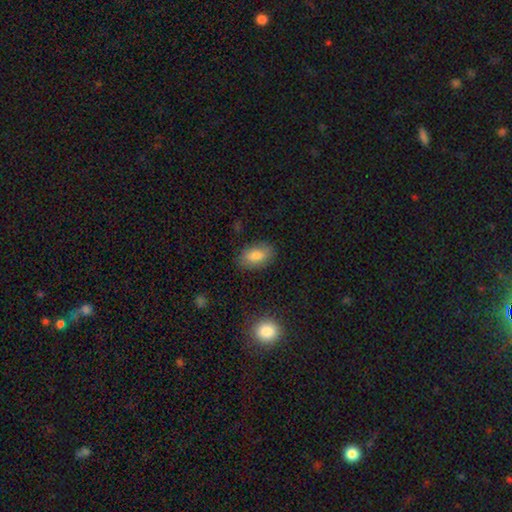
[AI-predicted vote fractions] This is clearly a smooth galaxy (83%). How rounded: clearly in between (91%). Merging: clearly none (83%).